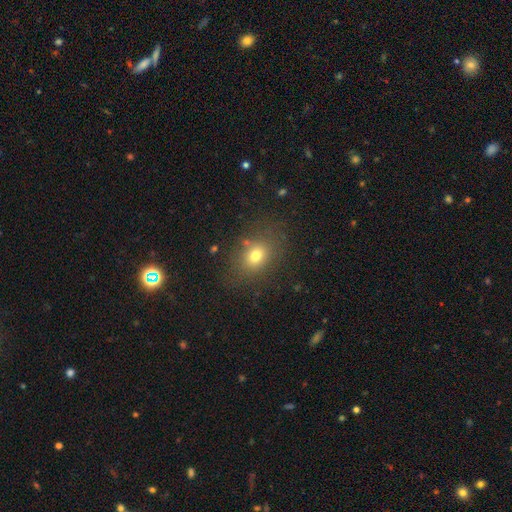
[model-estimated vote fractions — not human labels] smooth 74%, star or artifact 15%, featured or disk 12%. Down the decision tree: how rounded — in between (54%); merging — none (79%).